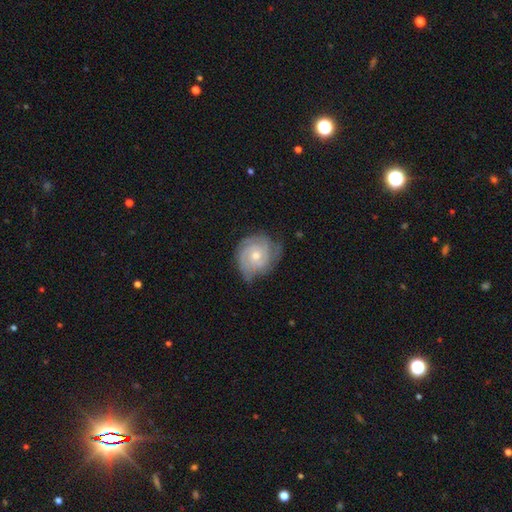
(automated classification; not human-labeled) smooth_or_featured: featured or disk (p=0.78) [alt: smooth p=0.16]
disk_edge_on: no (p=0.97) [alt: yes p=0.03]
bar: no (p=0.76) [alt: weak p=0.20]
has_spiral_arms: yes (p=0.93) [alt: no p=0.07]
spiral_winding: tight (p=0.73) [alt: medium p=0.22]
spiral_arm_count: can't tell (p=0.30) [alt: 3 p=0.27]
bulge_size: moderate (p=0.58) [alt: small p=0.38]
merging: none (p=0.64) [alt: minor disturbance p=0.26]